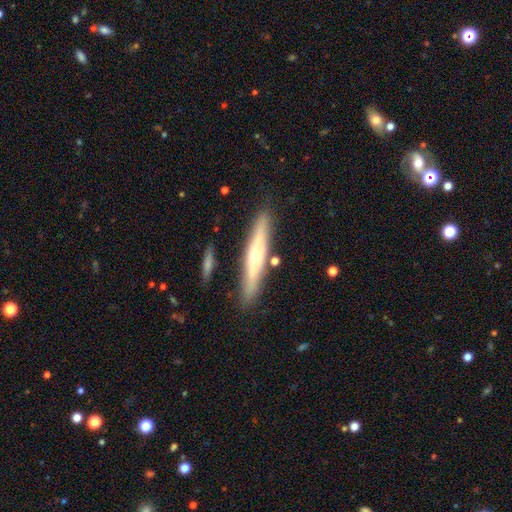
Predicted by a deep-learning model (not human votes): Q: Smooth or featured?
A: featured or disk (58%); runner-up: smooth (35%)
Q: Edge-on disk?
A: yes (85%); runner-up: no (15%)
Q: Merging?
A: none (85%); runner-up: minor disturbance (10%)